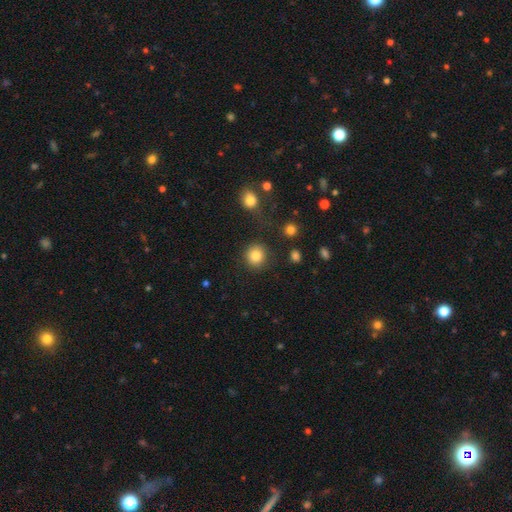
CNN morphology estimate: Smooth or featured? smooth (84%)
How rounded? round (91%)
Merging? none (86%)